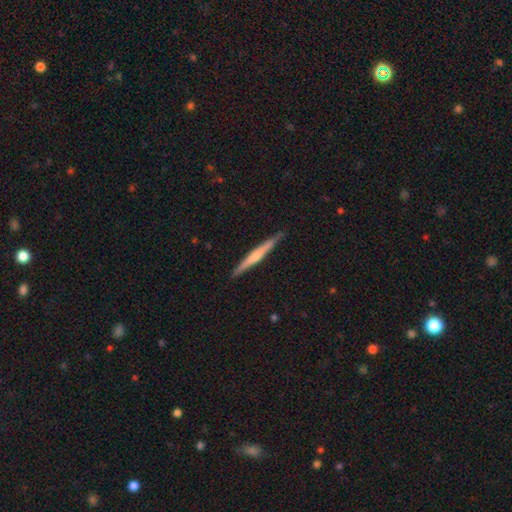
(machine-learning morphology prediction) smooth-or-featured: featured or disk: 58% | smooth: 37% | star or artifact: 5%
  disk-edge-on: yes: 98% | no: 2%
    edge-on-bulge: none: 44% (tied) | rounded: 44% (tied) | boxy: 12%
  merging: none: 90% | minor disturbance: 8% | major disturbance: 1% | merger: 1%